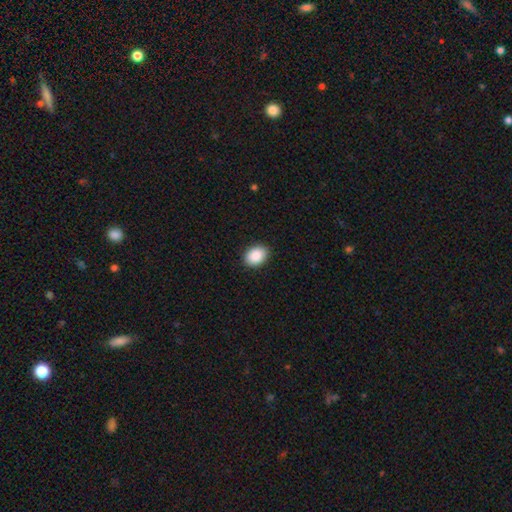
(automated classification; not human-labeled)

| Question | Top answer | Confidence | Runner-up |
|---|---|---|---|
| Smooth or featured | smooth | 90% | star or artifact (7%) |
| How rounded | in between | 73% | round (26%) |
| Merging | none | 90% | minor disturbance (8%) |